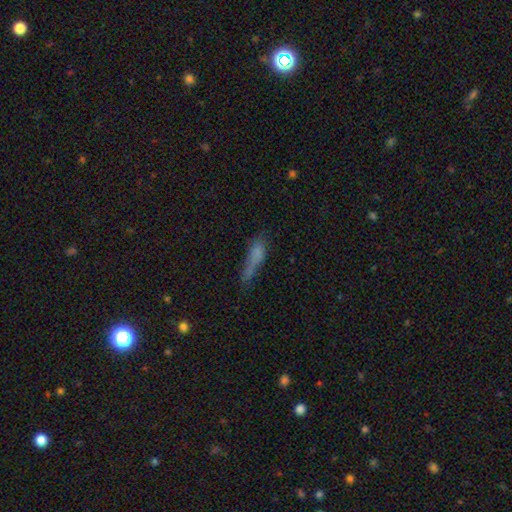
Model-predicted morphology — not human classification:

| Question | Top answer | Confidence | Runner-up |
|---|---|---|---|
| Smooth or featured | smooth | 66% | featured or disk (19%) |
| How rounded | cigar-shaped | 65% | in between (31%) |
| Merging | none | 41% | minor disturbance (27%) |